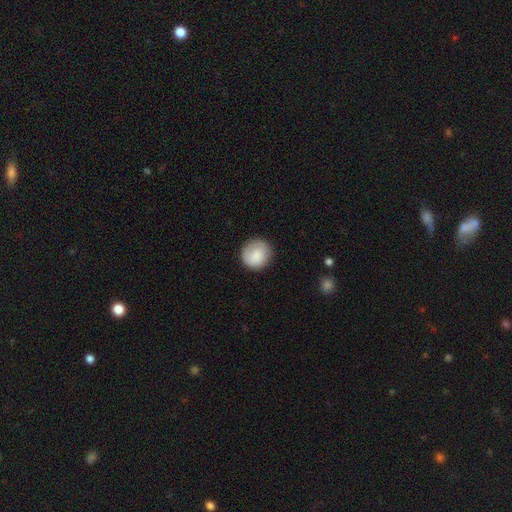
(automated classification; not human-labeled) Smooth or featured?
  - smooth: 84% *
  - featured or disk: 9%
  - star or artifact: 7%
How rounded?
  - round: 92% *
  - in between: 7%
  - cigar-shaped: 1%
Merging?
  - none: 83% *
  - minor disturbance: 13%
  - major disturbance: 3%
  - merger: 1%